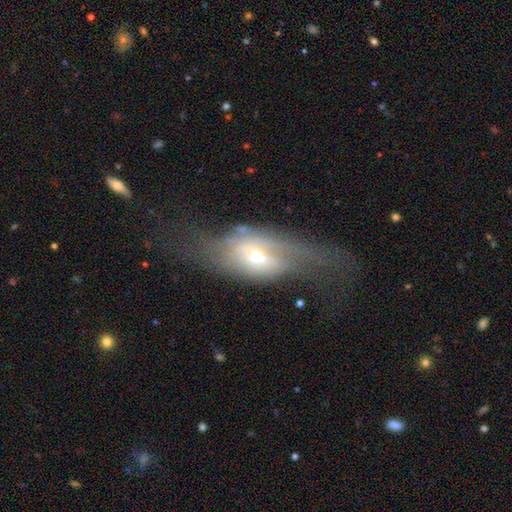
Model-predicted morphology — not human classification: Smooth or featured?
  - featured or disk: 62% *
  - smooth: 29%
  - star or artifact: 9%
Edge-on disk?
  - no: 63% *
  - yes: 37%
Merging?
  - major disturbance: 46% *
  - none: 27%
  - minor disturbance: 21%
  - merger: 6%